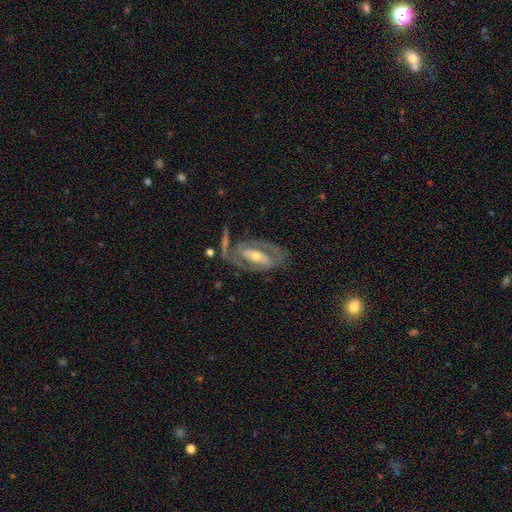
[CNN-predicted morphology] Smooth or featured? Predicted: featured or disk (p=0.87). Edge-on disk? Predicted: no (p=0.94). Bar? Predicted: strong (p=0.39). Spiral arms? Predicted: yes (p=0.90). Spiral winding? Predicted: tight (p=0.45). Spiral arm count? Predicted: 2 (p=0.76). Bulge size? Predicted: moderate (p=0.54). Merging? Predicted: none (p=0.63).